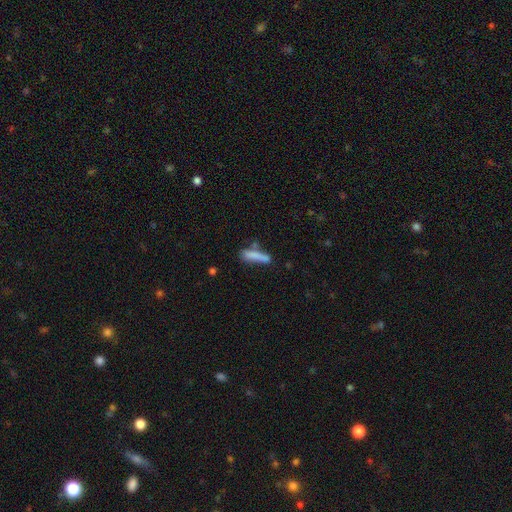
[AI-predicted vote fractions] Smooth or featured?
  - smooth: 78% *
  - featured or disk: 14%
  - star or artifact: 8%
How rounded?
  - cigar-shaped: 82% *
  - in between: 17%
  - round: 2%
Merging?
  - none: 57% *
  - minor disturbance: 23%
  - merger: 12%
  - major disturbance: 8%